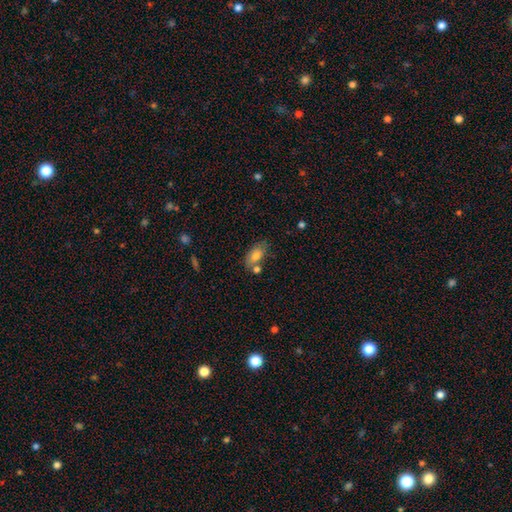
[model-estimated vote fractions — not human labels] Smooth or featured? Predicted: smooth (p=0.78). How rounded? Predicted: in between (p=0.90). Merging? Predicted: none (p=0.58).